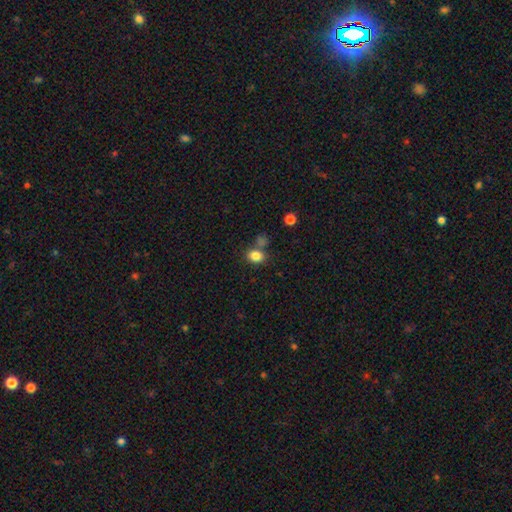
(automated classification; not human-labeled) Overall: smooth (83%). How rounded: in between (51%; round 48%). Merging: none (67%).